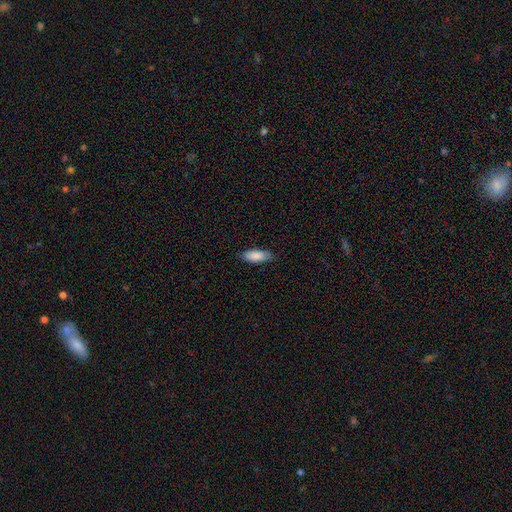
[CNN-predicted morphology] Overall: smooth (87%). How rounded: in between (77%). Merging: none (82%).